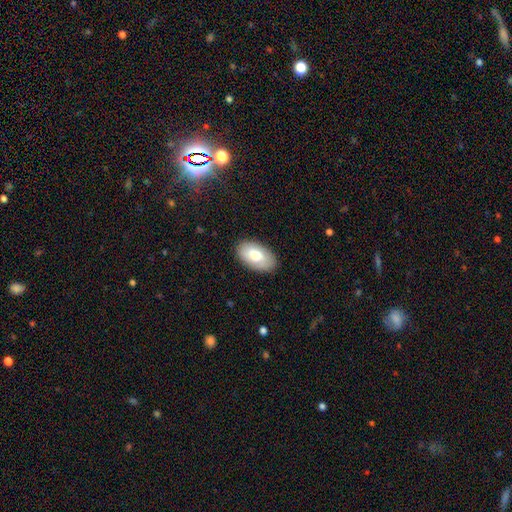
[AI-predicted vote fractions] Smooth or featured? Predicted: smooth (p=0.76). How rounded? Predicted: in between (p=0.95). Merging? Predicted: none (p=0.86).